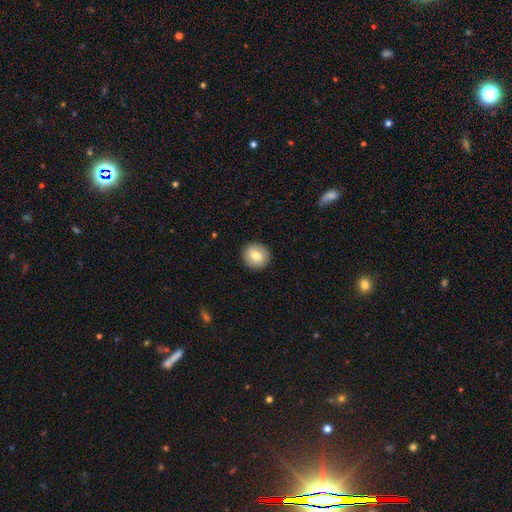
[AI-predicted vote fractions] smooth-or-featured: smooth: 81% | featured or disk: 11% | star or artifact: 8%
  how-rounded: round: 91% | in between: 8% | cigar-shaped: 1%
  merging: none: 92% | minor disturbance: 5% | major disturbance: 2% | merger: 1%